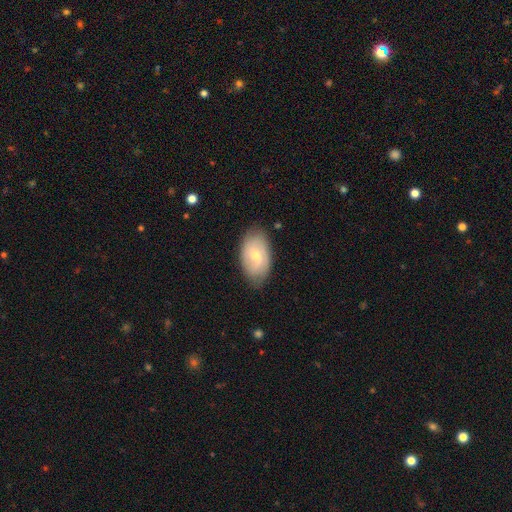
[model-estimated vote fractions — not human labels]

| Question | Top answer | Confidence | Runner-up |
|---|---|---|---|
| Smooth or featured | smooth | 47% | featured or disk (46%) |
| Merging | none | 80% | minor disturbance (16%) |